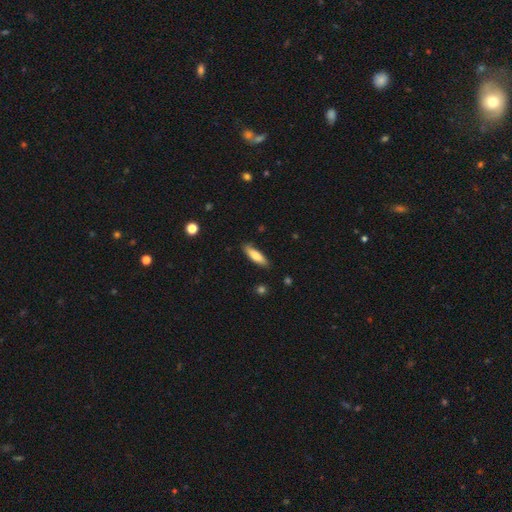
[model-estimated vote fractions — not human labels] A smooth galaxy with no disk features (75%) that is cigar-shaped (59%).

Vote fractions:
- Smooth or featured? smooth: 75% / featured or disk: 19% / star or artifact: 6%
- How rounded? cigar-shaped: 59% / in between: 40% / round: 2%
- Merging? none: 84% / minor disturbance: 12% / major disturbance: 2% / merger: 1%